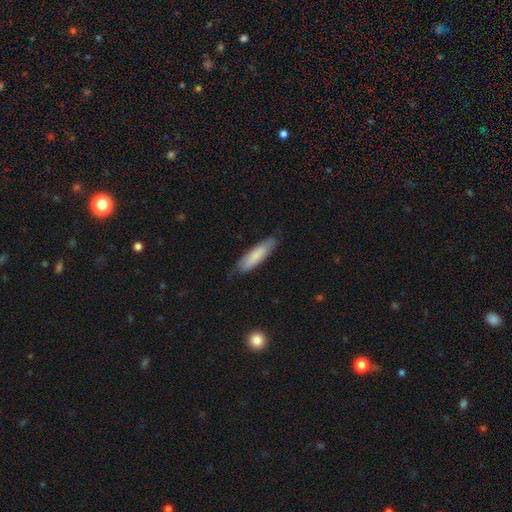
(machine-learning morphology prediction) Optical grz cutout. It shows a smooth galaxy with no disk features (81%) that is cigar-shaped (67%). Merging: none (79%).